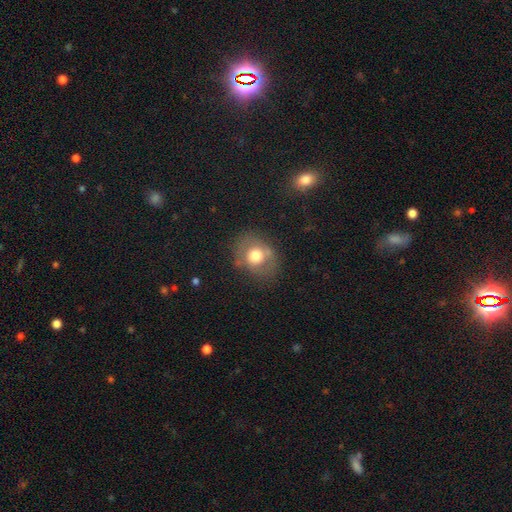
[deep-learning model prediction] Q: Smooth or featured?
A: smooth (66%); runner-up: featured or disk (25%)
Q: How rounded?
A: round (55%); runner-up: in between (44%)
Q: Merging?
A: none (67%); runner-up: minor disturbance (21%)